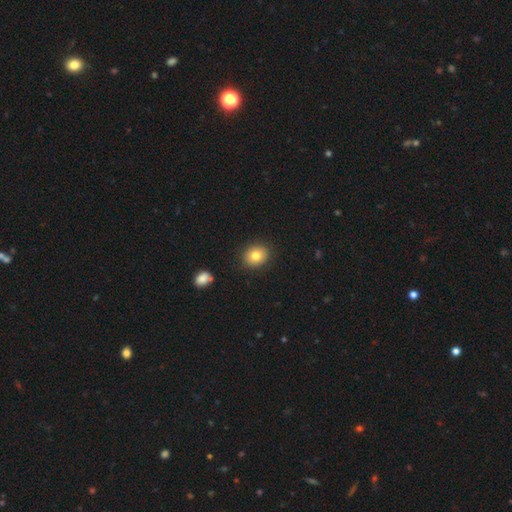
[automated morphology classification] smooth 81%, featured or disk 10%, star or artifact 10%. Down the decision tree: how rounded — round (62%); merging — none (88%).